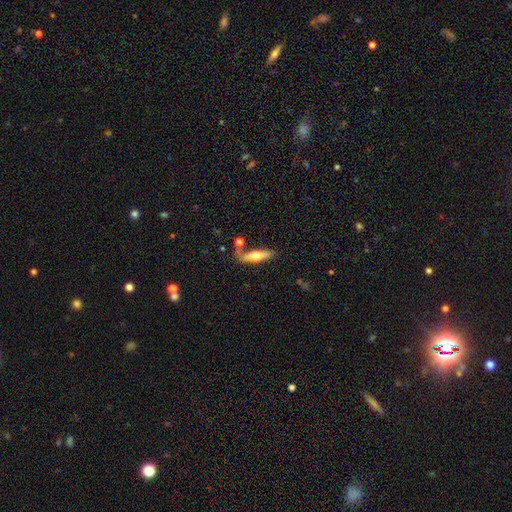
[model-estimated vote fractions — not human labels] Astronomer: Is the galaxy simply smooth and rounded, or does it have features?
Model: featured or disk — 48% (runner-up: smooth, 46%).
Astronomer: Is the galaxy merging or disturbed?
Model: none — 68%.